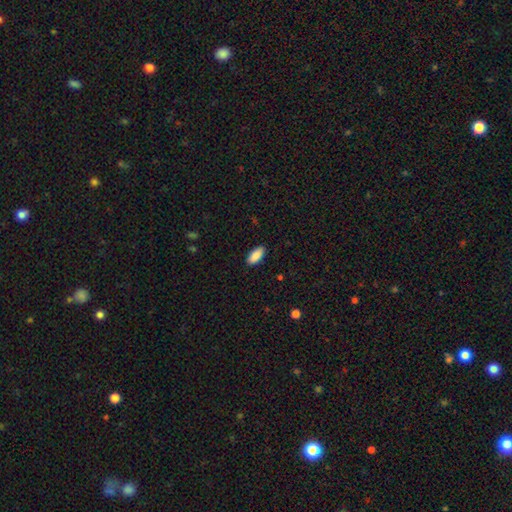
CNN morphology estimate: Smooth or featured? smooth (89%)
How rounded? in between (89%)
Merging? none (89%)